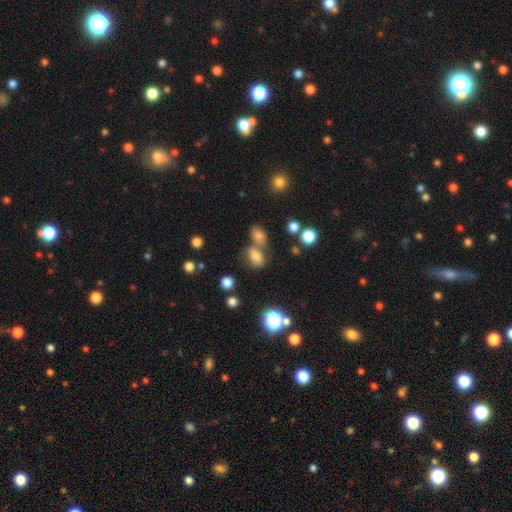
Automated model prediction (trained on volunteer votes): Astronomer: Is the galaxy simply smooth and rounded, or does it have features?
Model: smooth — 72%.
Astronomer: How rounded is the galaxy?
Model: in between — 75%.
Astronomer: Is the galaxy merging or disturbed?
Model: merger — 45% (runner-up: none, 39%).